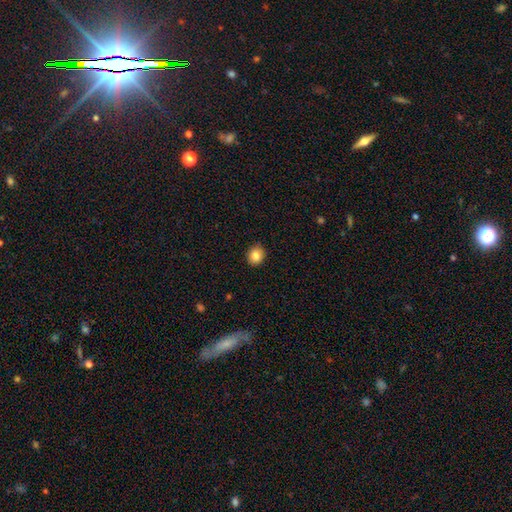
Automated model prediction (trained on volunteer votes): A smooth galaxy with no disk features (85%) that is round (75%). Merging: none (90%).